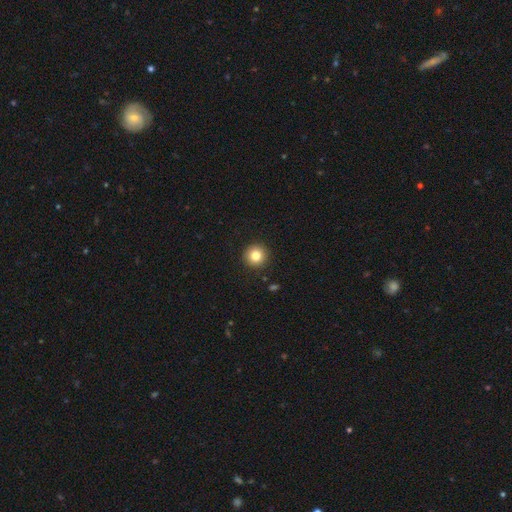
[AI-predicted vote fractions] Morphology: type=smooth (82%); roundness=round (95%); merging=none (92%).